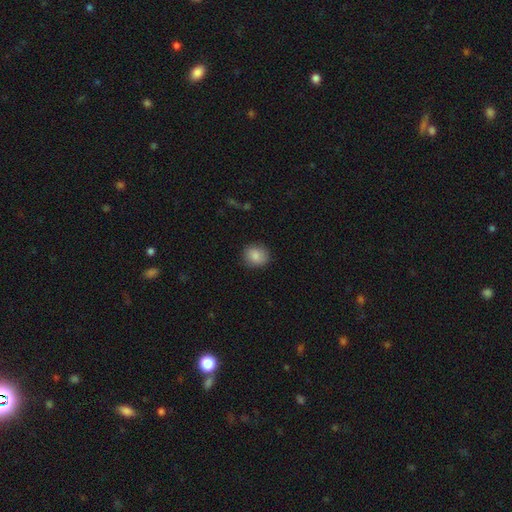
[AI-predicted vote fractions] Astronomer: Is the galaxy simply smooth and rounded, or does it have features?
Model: smooth — 87%.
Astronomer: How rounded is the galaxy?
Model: round — 75%.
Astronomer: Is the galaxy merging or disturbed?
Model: none — 87%.